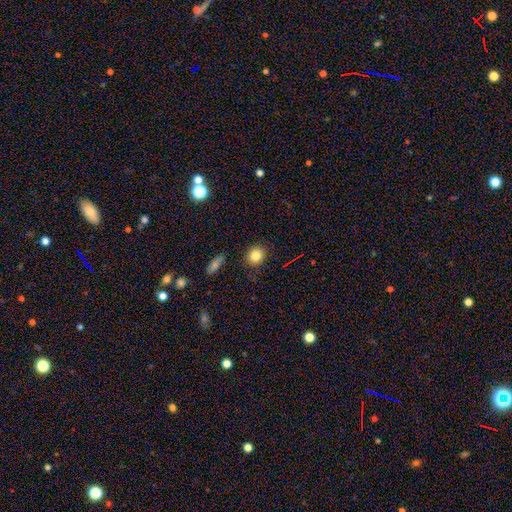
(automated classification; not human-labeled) This is clearly a smooth galaxy (82%). How rounded: likely round (76%). Merging: clearly none (88%).